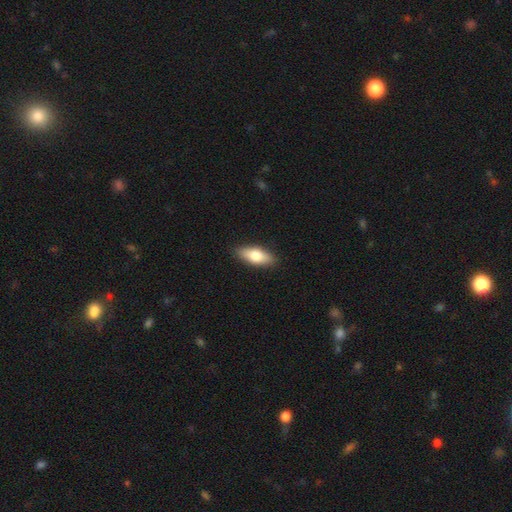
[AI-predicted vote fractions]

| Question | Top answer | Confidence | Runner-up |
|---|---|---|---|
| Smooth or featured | smooth | 72% | featured or disk (22%) |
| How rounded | in between | 75% | cigar-shaped (21%) |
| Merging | none | 89% | minor disturbance (8%) |